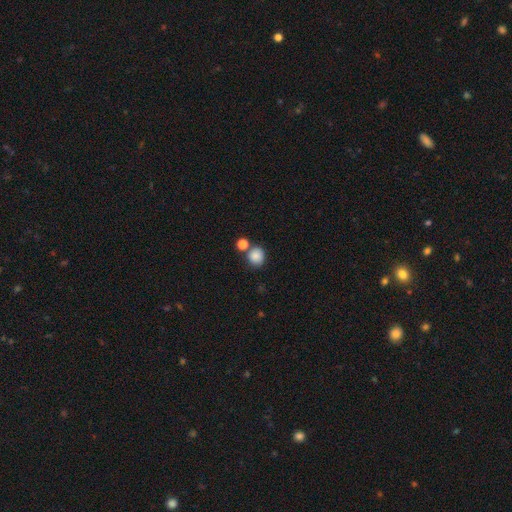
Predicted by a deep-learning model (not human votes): Overall: smooth (85%). How rounded: round (85%). Merging: none (67%).